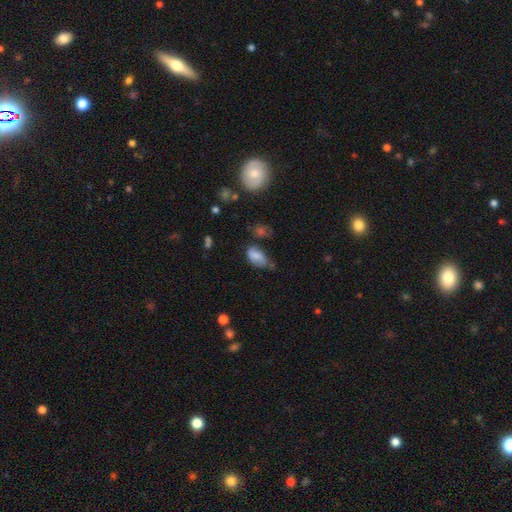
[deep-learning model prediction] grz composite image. It shows a smooth galaxy with no disk features (75%) that is in between round and cigar-shaped (91%). Merging: none (39%).